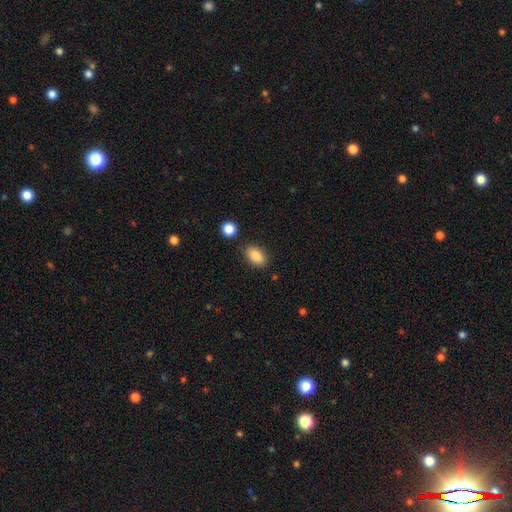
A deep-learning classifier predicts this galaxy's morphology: type=smooth (87%); roundness=in between (89%); merging=none (82%).